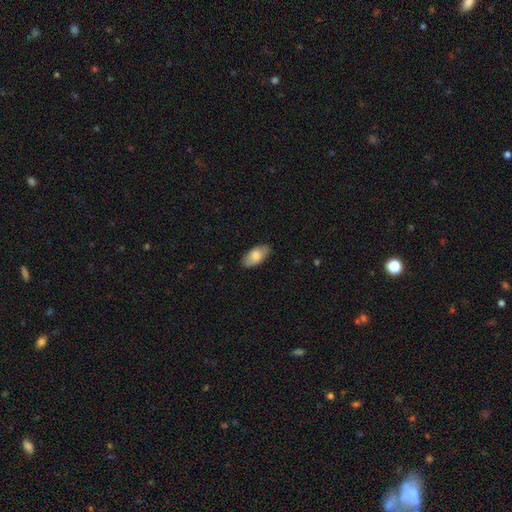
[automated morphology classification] This is clearly a smooth galaxy (81%). How rounded: clearly in between (94%). Merging: clearly none (83%).